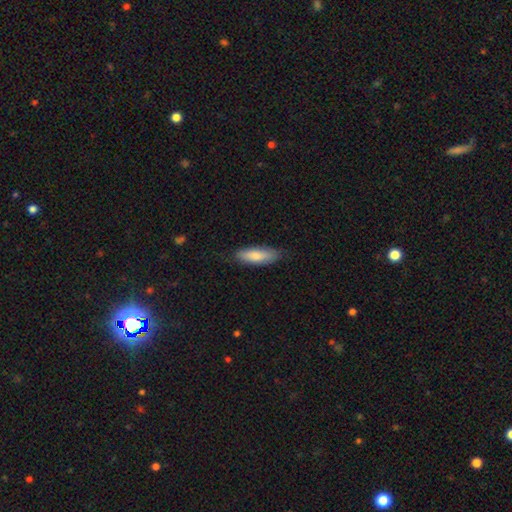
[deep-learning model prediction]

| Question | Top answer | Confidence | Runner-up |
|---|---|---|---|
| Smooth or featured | smooth | 82% | featured or disk (13%) |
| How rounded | in between | 57% | cigar-shaped (41%) |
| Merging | none | 80% | minor disturbance (16%) |